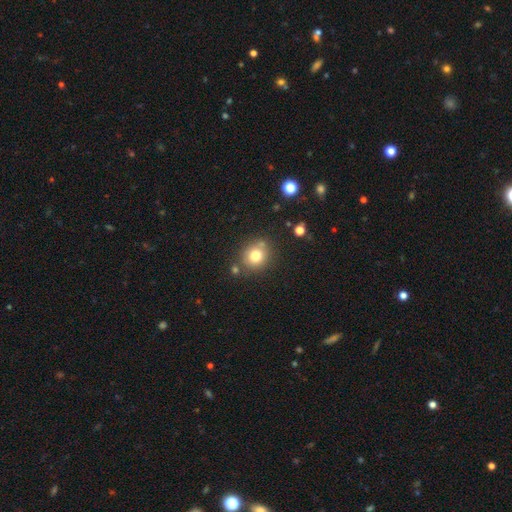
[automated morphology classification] Smooth or featured? Predicted: smooth (p=0.77). How rounded? Predicted: round (p=0.81). Merging? Predicted: none (p=0.75).